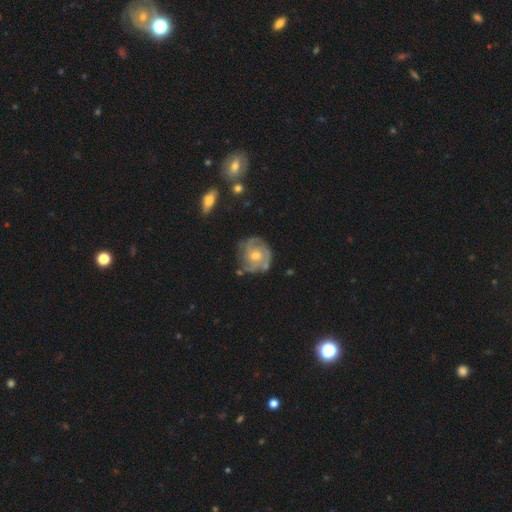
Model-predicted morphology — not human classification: This appears to be a featured or disk galaxy (80%) with no bar (75%), 3 (33%) tight (64%) spiral arms (92%) and a moderate central bulge (60%). Merging: none (69%).